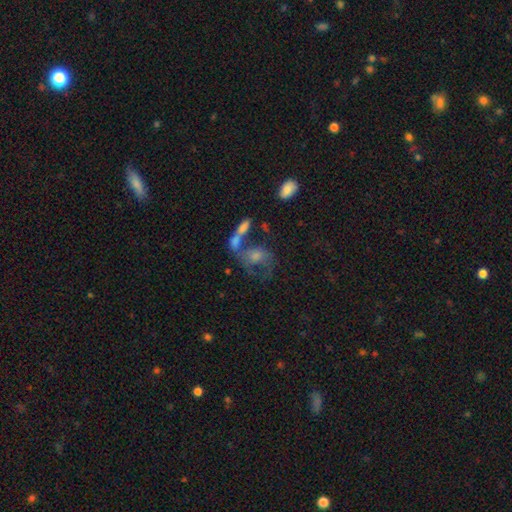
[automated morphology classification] Smooth or featured: featured or disk — 51% (smooth — 35%)
Edge-on disk: no — 93% (yes — 7%)
Merging: merger — 35% (none — 30%)